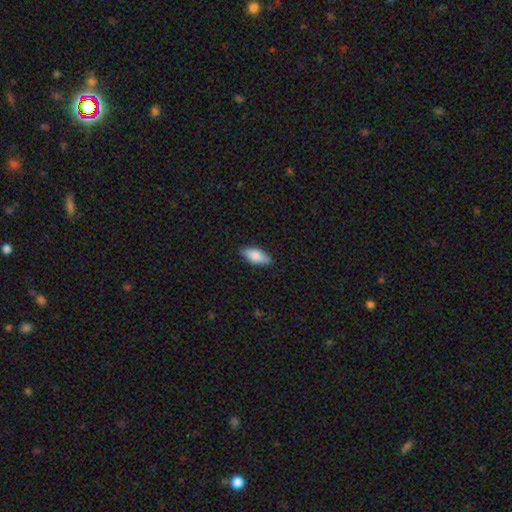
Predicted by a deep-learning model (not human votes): Overall: smooth (79%). How rounded: in between (79%). Merging: none (87%).